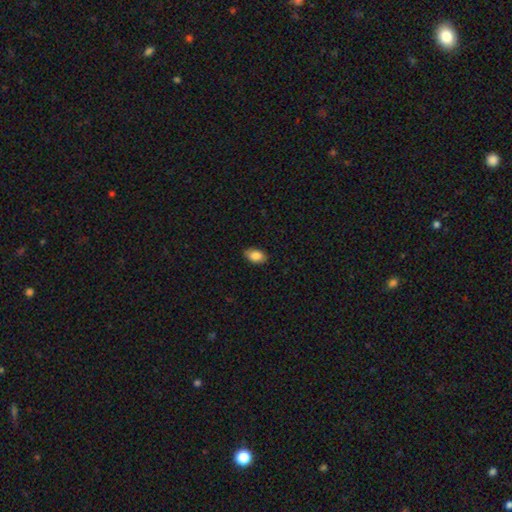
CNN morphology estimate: Overall: smooth (86%). How rounded: in between (91%). Merging: none (86%).